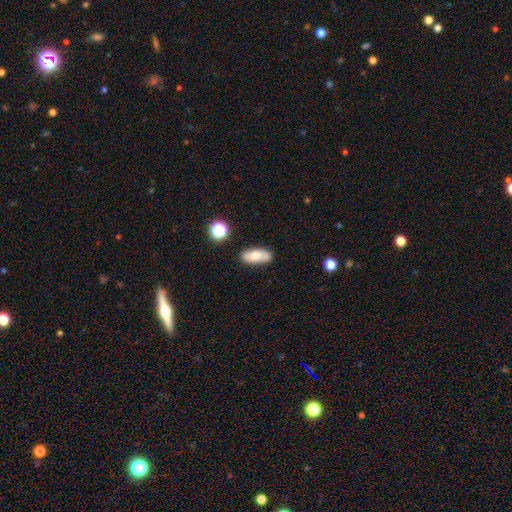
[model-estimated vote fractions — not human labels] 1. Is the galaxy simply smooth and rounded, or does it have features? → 67% smooth, 23% featured or disk, 9% star or artifact.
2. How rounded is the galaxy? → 82% in between, 14% cigar-shaped, 4% round.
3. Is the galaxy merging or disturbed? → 77% none, 16% minor disturbance, 4% merger, 3% major disturbance.